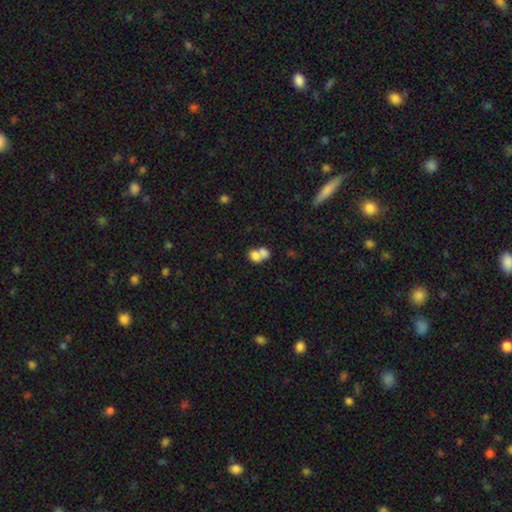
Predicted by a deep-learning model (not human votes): This is likely a smooth galaxy (73%). How rounded: possibly in between (56%). Merging: likely merger (69%).